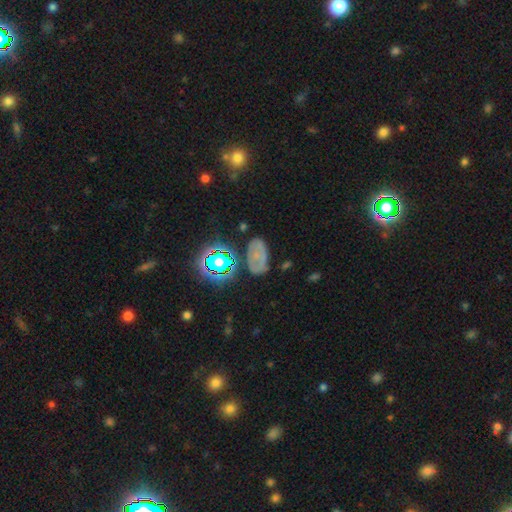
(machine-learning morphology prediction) Smooth or featured: star or artifact — 39% (smooth — 34%)